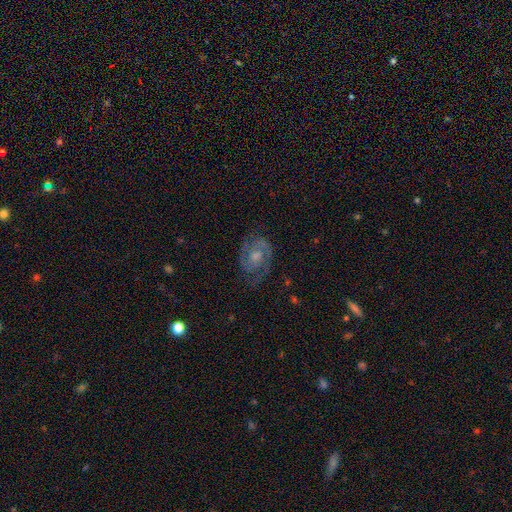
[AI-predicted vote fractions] Overall: featured or disk (84%). Edge-on disk: no (97%). Bar: no (58%; weak 34%). Spiral arms: yes (96%). Spiral arm count: 2 (85%). Spiral winding: tight (50%; medium 42%). Bulge size: moderate (59%; small 29%). Merging: none (79%).